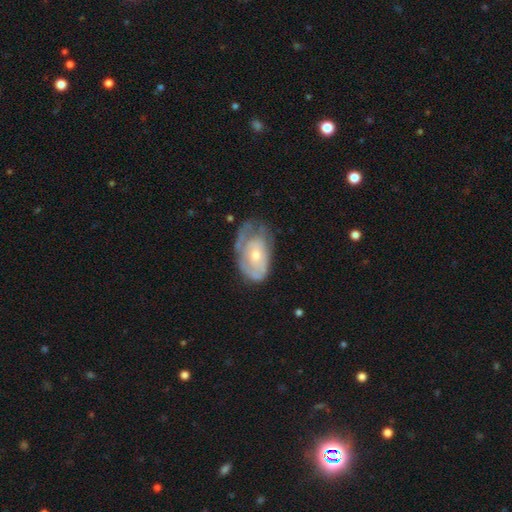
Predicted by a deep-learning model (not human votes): This is possibly a featured or disk galaxy (59%). It is clearly not viewed edge-on (95%). Bar: clearly no (82%). Spiral arm pattern: possibly yes (56%). Central bulge: possibly small (49%). Merging: marginally none (42%).